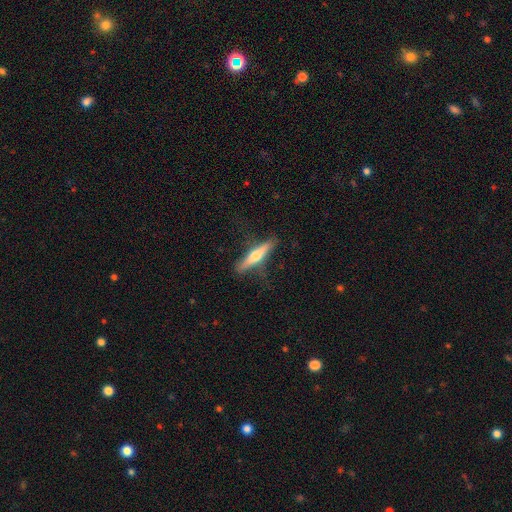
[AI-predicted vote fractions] featured or disk 52%, smooth 43%, star or artifact 6%. Down the decision tree: edge-on disk — yes (94%); merging — none (80%).